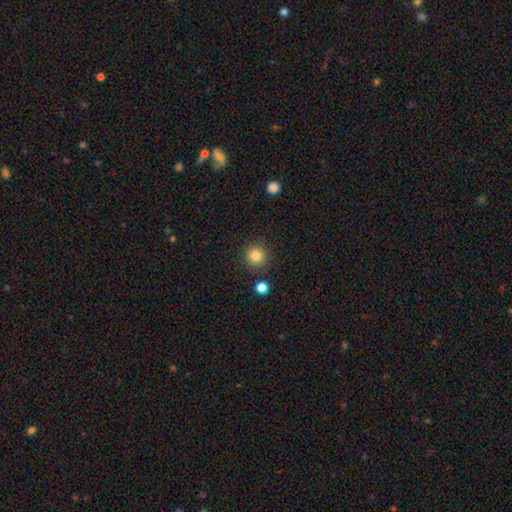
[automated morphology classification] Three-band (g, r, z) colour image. It shows a smooth galaxy with no disk features (83%) that is round (94%). Merging: none (89%).